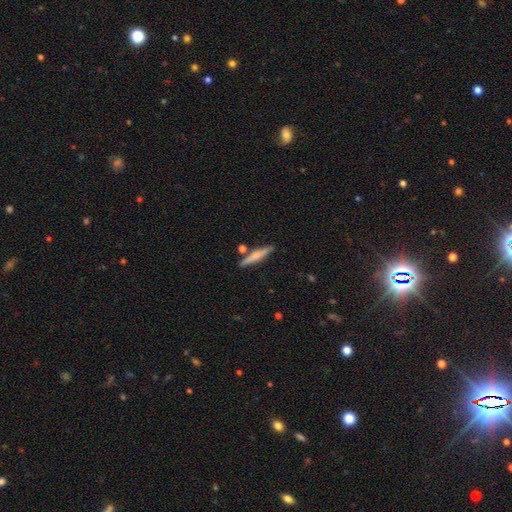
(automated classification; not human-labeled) A smooth galaxy with no disk features (57%) that is cigar-shaped (90%).

Vote fractions:
- Smooth or featured? smooth: 57% / featured or disk: 37% / star or artifact: 6%
- How rounded? cigar-shaped: 90% / in between: 8% / round: 2%
- Merging? none: 82% / minor disturbance: 9% / merger: 6% / major disturbance: 2%